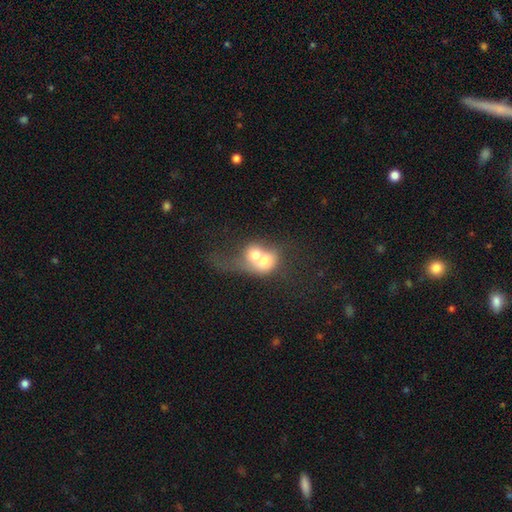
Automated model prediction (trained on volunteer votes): Smooth or featured? smooth (60%)
How rounded? round (60%)
Merging? merger (81%)